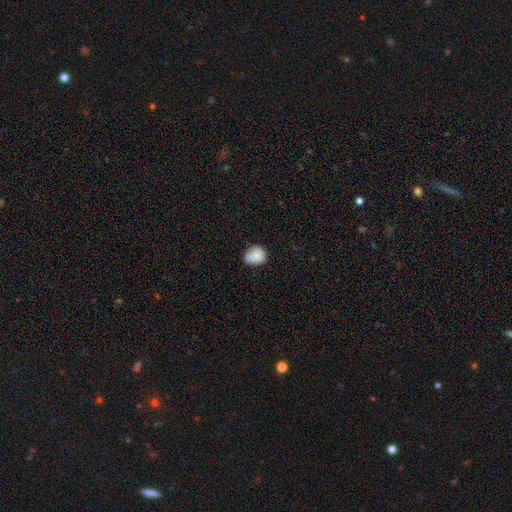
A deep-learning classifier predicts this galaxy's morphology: smooth-or-featured: smooth: 82% | featured or disk: 10% | star or artifact: 8%
  how-rounded: round: 57% | in between: 42% | cigar-shaped: 1%
  merging: none: 59% | minor disturbance: 34% | major disturbance: 5% | merger: 2%